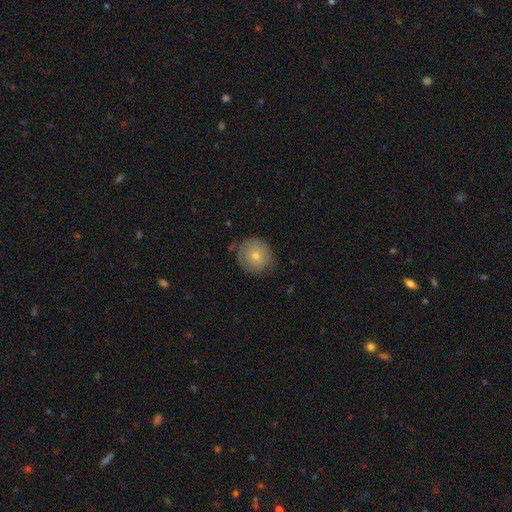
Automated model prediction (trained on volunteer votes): Morphology: type=smooth (62%); roundness=round (89%); merging=none (78%).